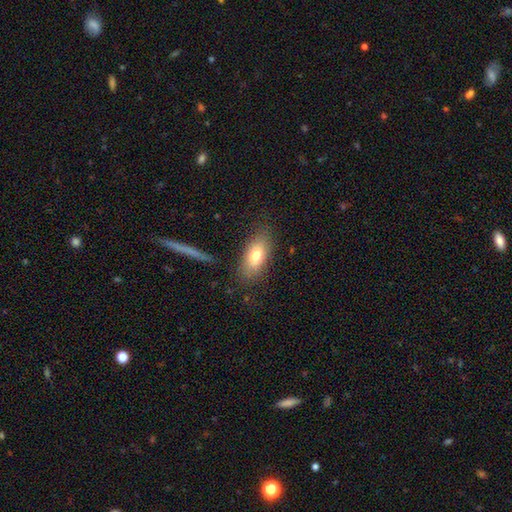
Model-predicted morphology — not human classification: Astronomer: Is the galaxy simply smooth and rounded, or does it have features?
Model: smooth — 74%.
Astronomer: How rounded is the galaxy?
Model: in between — 84%.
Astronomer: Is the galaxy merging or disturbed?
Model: none — 80%.